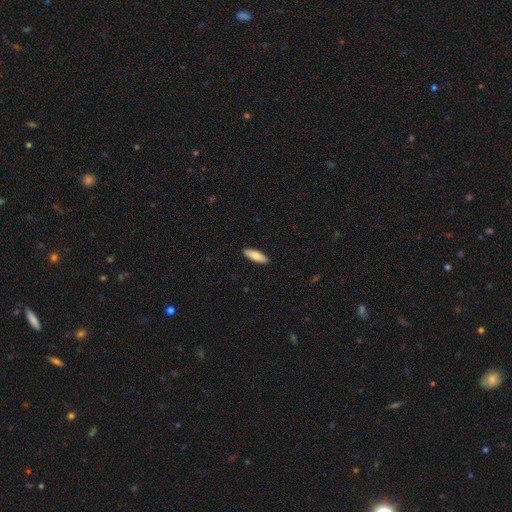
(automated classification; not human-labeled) This is clearly a smooth galaxy (81%). How rounded: possibly in between (55%). Merging: clearly none (90%).